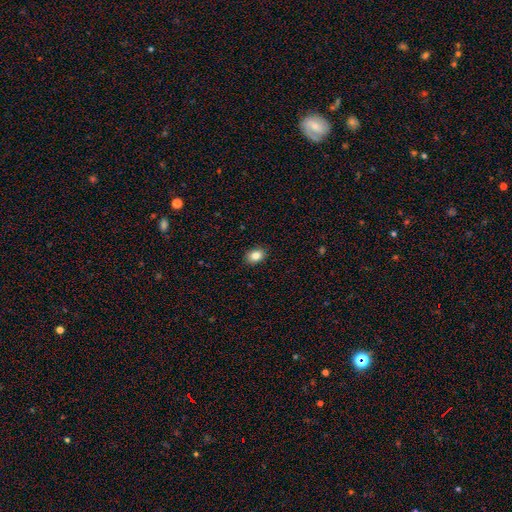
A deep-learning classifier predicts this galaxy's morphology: This is clearly a smooth galaxy (84%). How rounded: likely in between (73%). Merging: clearly none (90%).